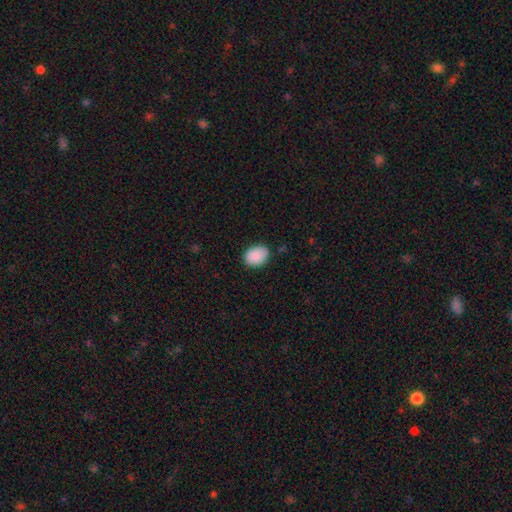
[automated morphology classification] Smooth or featured? Predicted: smooth (p=0.90). How rounded? Predicted: in between (p=0.71). Merging? Predicted: none (p=0.84).